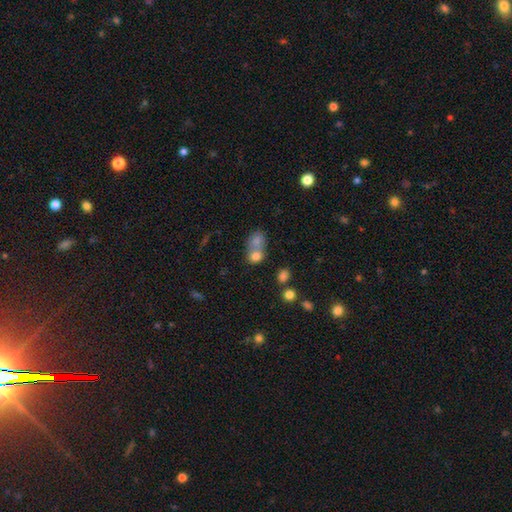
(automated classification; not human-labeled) This is likely a smooth galaxy (75%). How rounded: possibly round (57%). Merging: likely merger (63%).